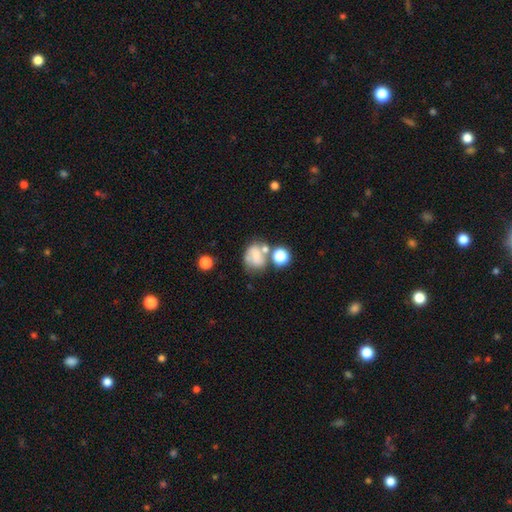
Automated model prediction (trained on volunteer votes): A smooth galaxy with no disk features (54%) that is round (57%). Merging: none (36%).